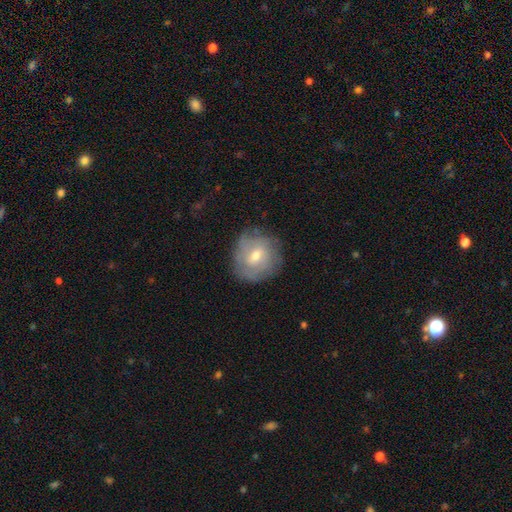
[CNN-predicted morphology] A featured or disk galaxy (50%).

Vote fractions:
- Smooth or featured? featured or disk: 50% / smooth: 41% / star or artifact: 9%
- Edge-on disk? no: 96% / yes: 4%
- Merging? none: 75% / minor disturbance: 17% / major disturbance: 6% / merger: 1%